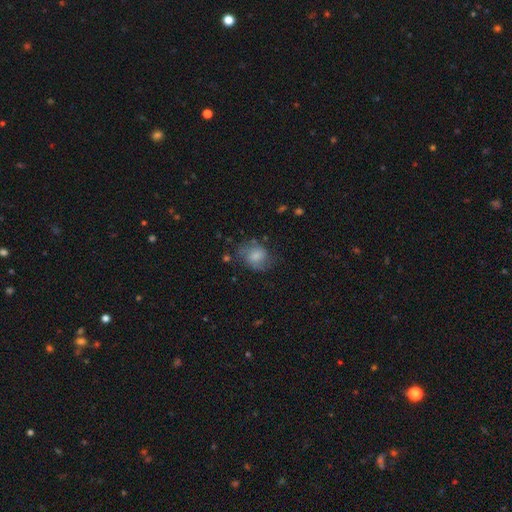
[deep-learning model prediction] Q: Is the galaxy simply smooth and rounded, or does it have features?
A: smooth — 66%.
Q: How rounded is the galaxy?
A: in between — 51%.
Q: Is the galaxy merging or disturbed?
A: none — 55%.